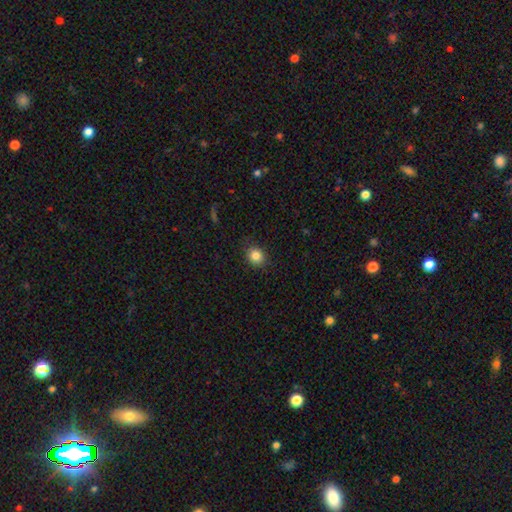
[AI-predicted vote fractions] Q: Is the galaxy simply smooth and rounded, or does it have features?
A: smooth — 84%.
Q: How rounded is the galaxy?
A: round — 70%.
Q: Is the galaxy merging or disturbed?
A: none — 86%.